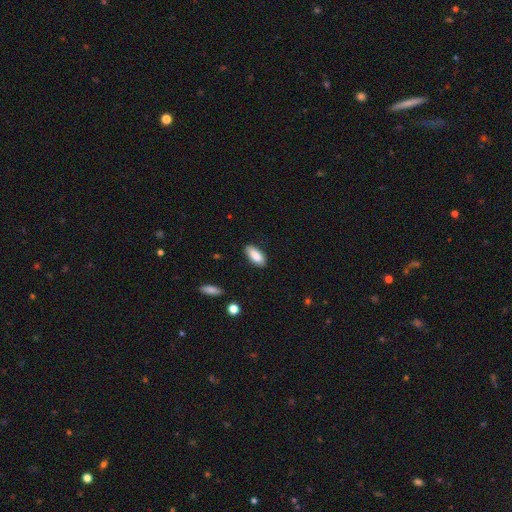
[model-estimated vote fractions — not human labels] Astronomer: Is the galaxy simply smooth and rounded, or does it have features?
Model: smooth — 87%.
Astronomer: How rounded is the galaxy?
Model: in between — 85%.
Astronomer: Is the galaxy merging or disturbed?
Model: none — 85%.